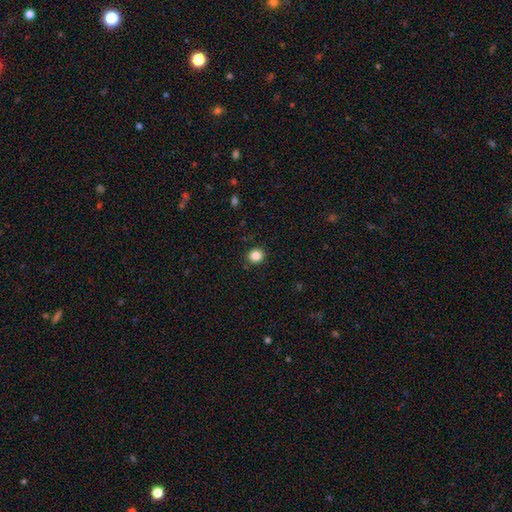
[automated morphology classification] This appears to be a smooth galaxy with no disk features (85%) that is round (86%). Merging: none (90%).